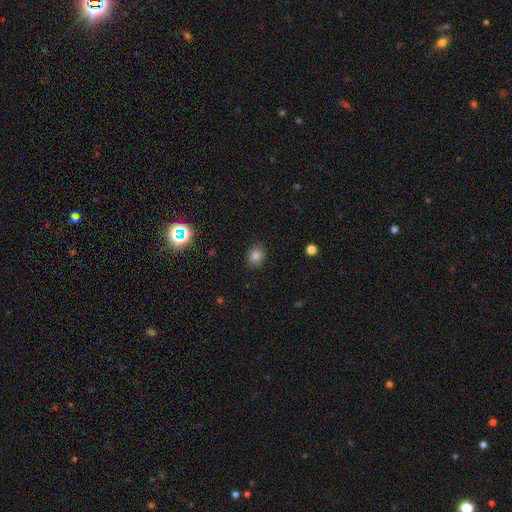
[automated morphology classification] Smooth or featured?
  - smooth: 80% *
  - star or artifact: 14%
  - featured or disk: 6%
How rounded?
  - round: 69% *
  - in between: 30%
  - cigar-shaped: 1%
Merging?
  - none: 88% *
  - minor disturbance: 8%
  - major disturbance: 2%
  - merger: 1%